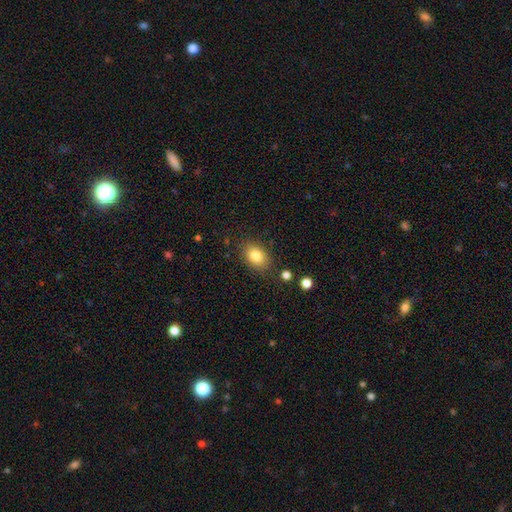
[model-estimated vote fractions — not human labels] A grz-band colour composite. It shows a smooth galaxy with no disk features (83%) that is in between round and cigar-shaped (75%). Merging: none (83%).